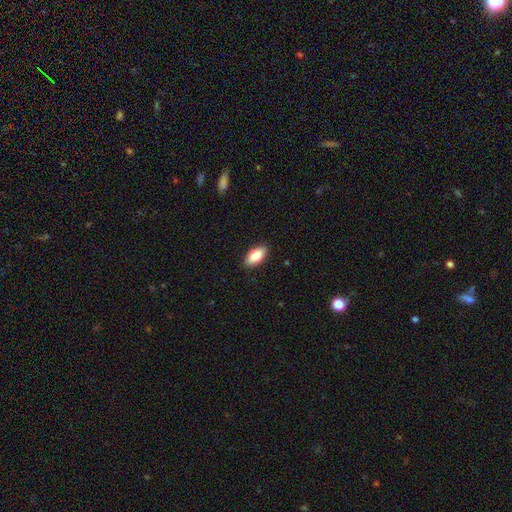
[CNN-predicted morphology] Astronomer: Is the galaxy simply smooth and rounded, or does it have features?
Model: smooth — 82%.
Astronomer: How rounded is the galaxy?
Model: in between — 90%.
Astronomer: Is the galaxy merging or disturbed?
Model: none — 89%.